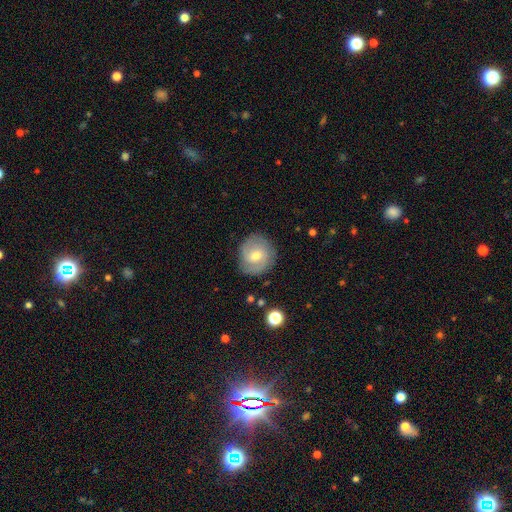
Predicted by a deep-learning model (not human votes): Smooth or featured: featured or disk — 56% (smooth — 36%)
Edge-on disk: no — 97% (yes — 3%)
Bar: no — 50% (weak — 42%)
Spiral arms: yes — 84% (no — 16%)
Bulge size: moderate — 58% (small — 38%)
Merging: none — 81% (minor disturbance — 14%)